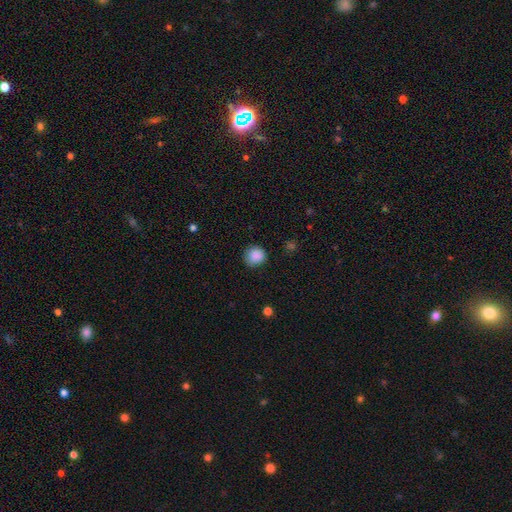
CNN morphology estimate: Overall: smooth (88%). How rounded: round (88%). Merging: none (81%).